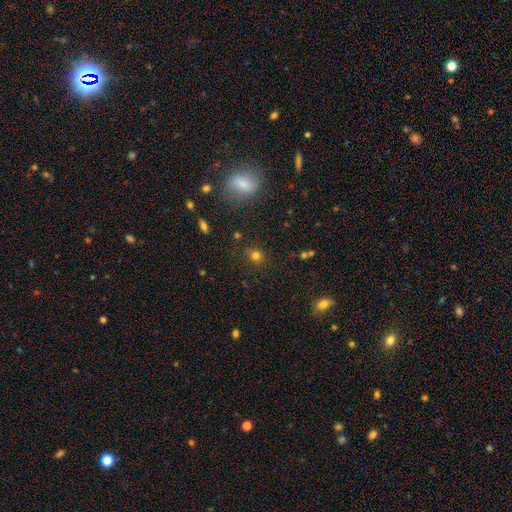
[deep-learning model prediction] Smooth or featured? smooth (74%)
How rounded? round (81%)
Merging? none (80%)